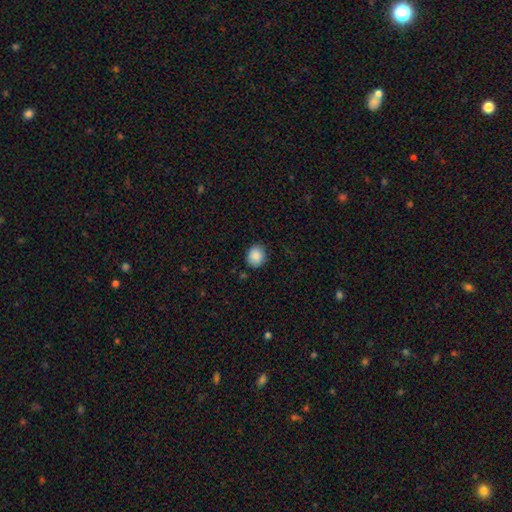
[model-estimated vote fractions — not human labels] A smooth galaxy with no disk features (89%) that is round (77%).

Vote fractions:
- Smooth or featured? smooth: 89% / star or artifact: 8% / featured or disk: 4%
- How rounded? round: 77% / in between: 22% / cigar-shaped: 1%
- Merging? none: 86% / minor disturbance: 10% / major disturbance: 2% / merger: 1%